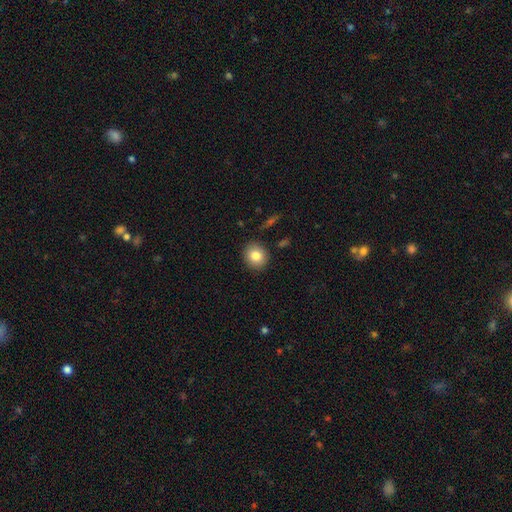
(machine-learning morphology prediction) This is clearly a smooth galaxy (82%). How rounded: clearly round (82%). Merging: clearly none (89%).